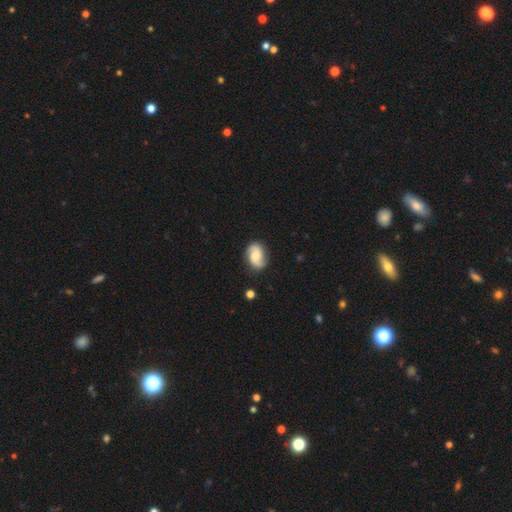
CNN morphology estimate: Smooth or featured: featured or disk — 68% (smooth — 25%)
Edge-on disk: no — 97% (yes — 3%)
Bar: no — 62% (weak — 32%)
Spiral arms: yes — 95% (no — 5%)
Spiral winding: medium — 41% (loose — 39%)
Spiral arm count: 2 — 90% (can't tell — 4%)
Bulge size: moderate — 53% (small — 31%)
Merging: none — 81% (minor disturbance — 14%)